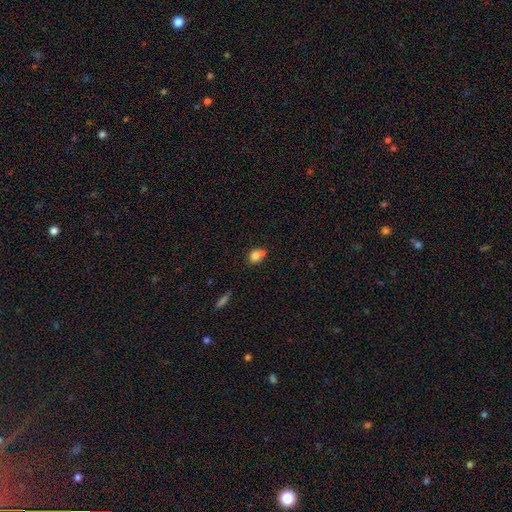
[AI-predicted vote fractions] Overall: smooth (78%). How rounded: round (64%; in between 34%). Merging: none (43%; merger 40%).